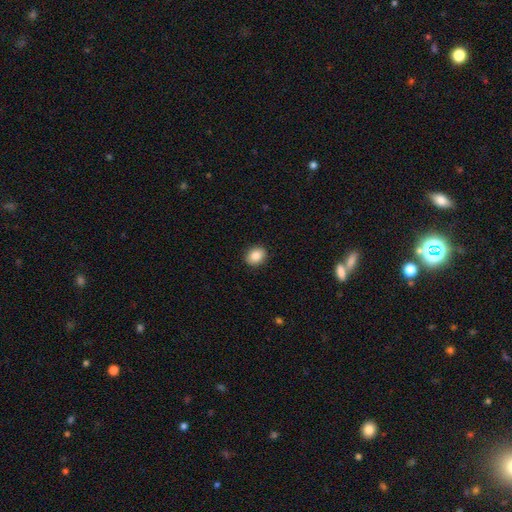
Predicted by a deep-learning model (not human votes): Smooth or featured?
  - smooth: 86% *
  - star or artifact: 8%
  - featured or disk: 5%
How rounded?
  - round: 54% *
  - in between: 45%
  - cigar-shaped: 1%
Merging?
  - none: 91% *
  - minor disturbance: 6%
  - major disturbance: 2%
  - merger: 1%